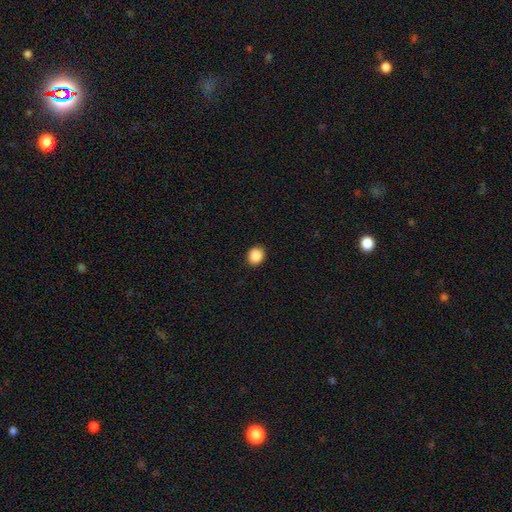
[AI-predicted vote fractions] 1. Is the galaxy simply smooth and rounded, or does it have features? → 89% smooth, 9% star or artifact, 3% featured or disk.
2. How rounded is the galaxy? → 70% round, 29% in between, 1% cigar-shaped.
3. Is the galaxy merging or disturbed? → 90% none, 7% minor disturbance, 2% major disturbance, 1% merger.